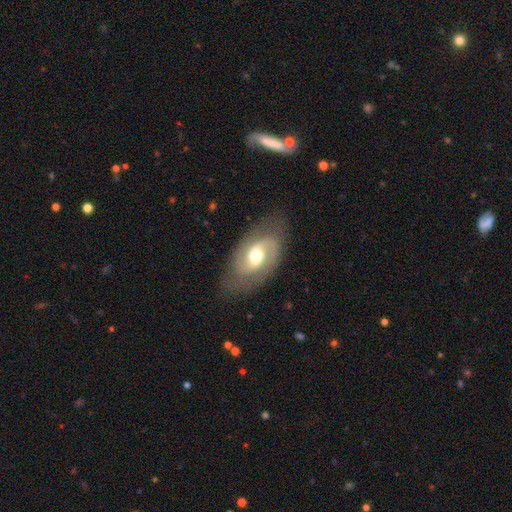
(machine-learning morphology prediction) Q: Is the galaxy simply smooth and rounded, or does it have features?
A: featured or disk — 76%.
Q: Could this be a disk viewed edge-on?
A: no — 95%.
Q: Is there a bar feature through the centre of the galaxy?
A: no — 51%.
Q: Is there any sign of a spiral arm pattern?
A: yes — 89%.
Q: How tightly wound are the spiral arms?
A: medium — 49%.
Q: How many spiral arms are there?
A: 2 — 86%.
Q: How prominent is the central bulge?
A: moderate — 69%.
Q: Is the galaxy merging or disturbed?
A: none — 74%.